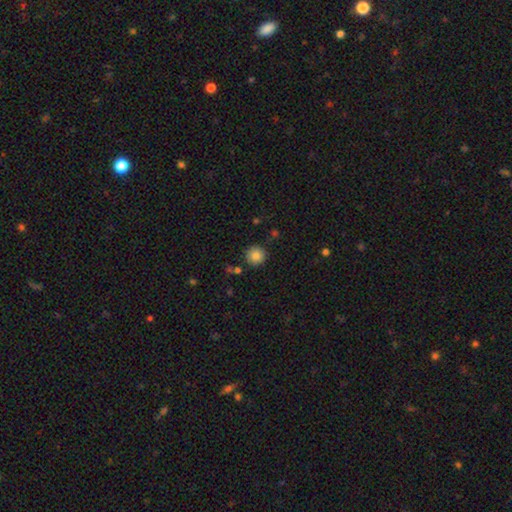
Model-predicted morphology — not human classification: Smooth or featured? Predicted: smooth (p=0.83). How rounded? Predicted: round (p=0.95). Merging? Predicted: none (p=0.86).